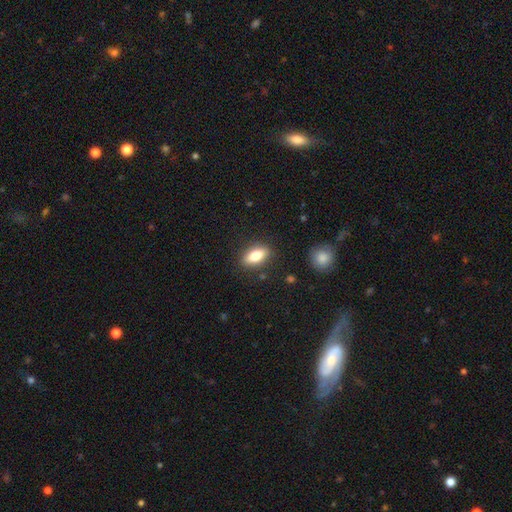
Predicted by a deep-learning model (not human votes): smooth_or_featured: smooth (p=0.77) [alt: featured or disk p=0.16]
how_rounded: in between (p=0.82) [alt: cigar-shaped p=0.13]
merging: none (p=0.86) [alt: minor disturbance p=0.09]